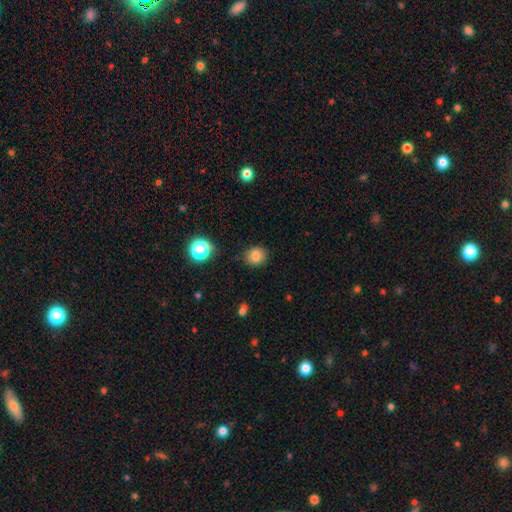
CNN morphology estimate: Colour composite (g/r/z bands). It shows a smooth galaxy with no disk features (81%) that is round (78%). Merging: none (83%).